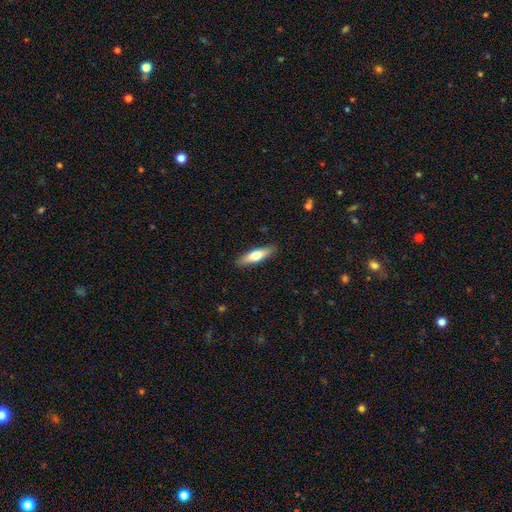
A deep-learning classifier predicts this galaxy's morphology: This is likely a smooth galaxy (62%). How rounded: likely cigar-shaped (66%). Merging: clearly none (89%).